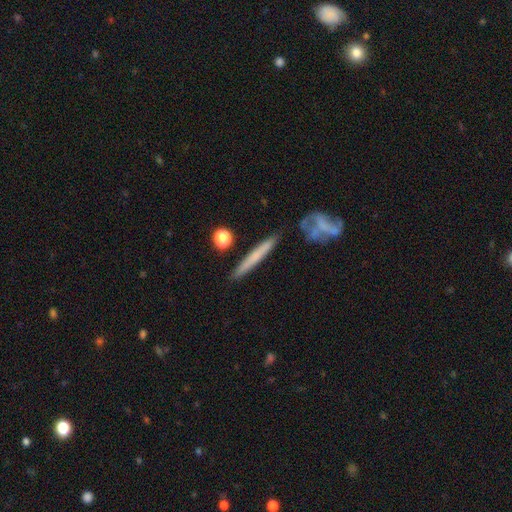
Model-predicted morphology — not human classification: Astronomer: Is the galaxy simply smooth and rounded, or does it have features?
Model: smooth — 54% (runner-up: featured or disk, 39%).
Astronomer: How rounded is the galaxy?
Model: cigar-shaped — 93%.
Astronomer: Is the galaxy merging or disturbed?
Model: none — 82%.